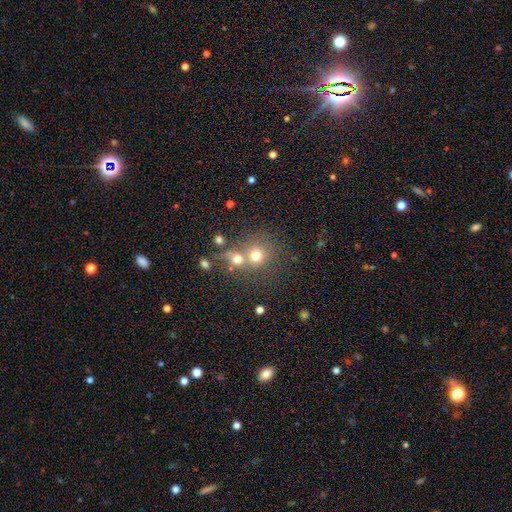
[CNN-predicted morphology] Smooth or featured? Predicted: smooth (p=0.70). How rounded? Predicted: round (p=0.86). Merging? Predicted: none (p=0.49).